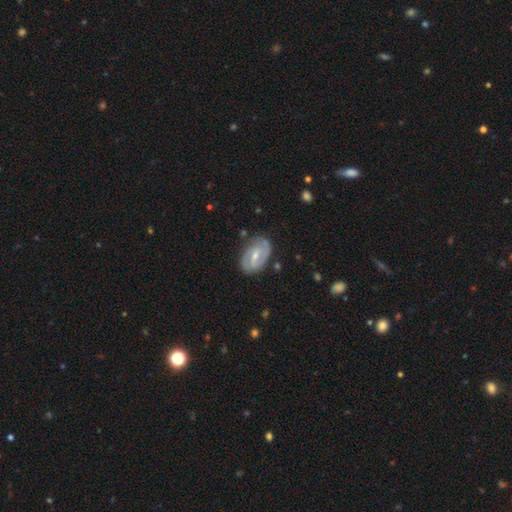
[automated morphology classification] This appears to be a featured or disk galaxy (72%) with a weak bar (49%), 2 (75%) tight (43%) spiral arms (77%) and a moderate central bulge (48%). Merging: none (78%).